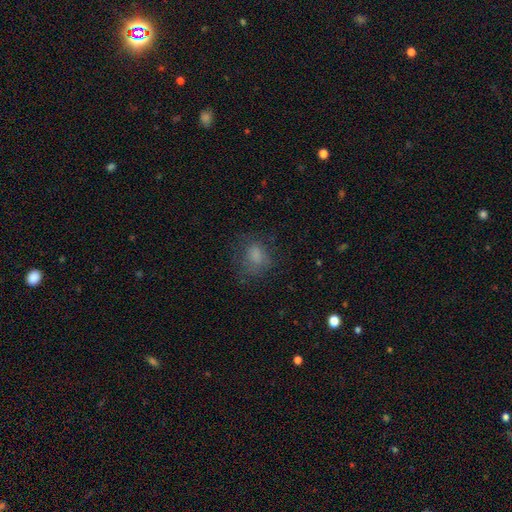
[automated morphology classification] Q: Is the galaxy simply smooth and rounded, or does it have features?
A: smooth — 72%.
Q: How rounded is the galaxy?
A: round — 49%, tied with in between.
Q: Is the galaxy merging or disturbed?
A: none — 60%.